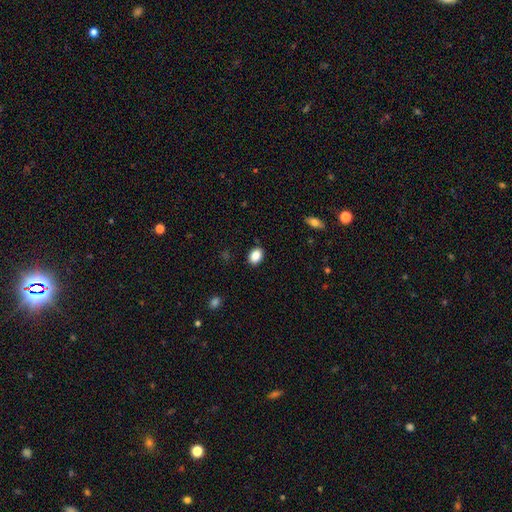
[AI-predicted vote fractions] This appears to be a smooth galaxy with no disk features (88%) that is in between round and cigar-shaped (80%). Merging: none (88%).